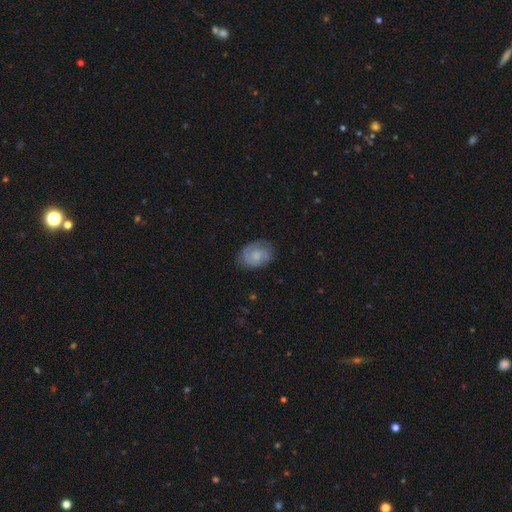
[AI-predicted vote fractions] Smooth or featured? Predicted: smooth (p=0.49). Merging? Predicted: none (p=0.73).